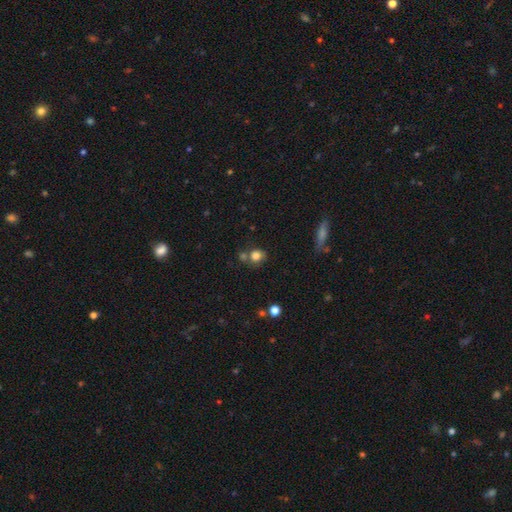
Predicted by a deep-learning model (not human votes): Smooth or featured? Predicted: smooth (p=0.80). How rounded? Predicted: round (p=0.70). Merging? Predicted: none (p=0.57).